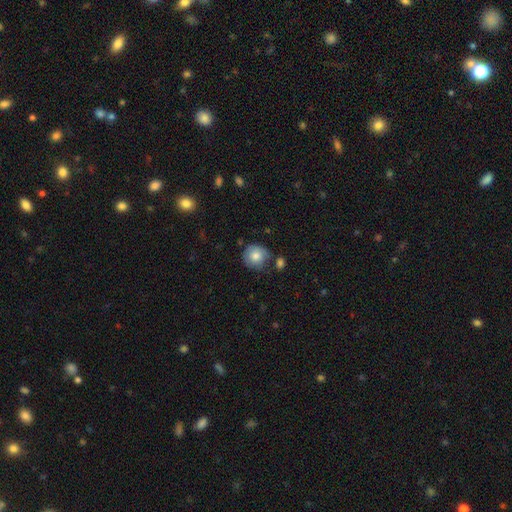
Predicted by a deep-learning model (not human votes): The model was most divided on "merging": none: 68%, minor disturbance: 20%, merger: 7%, major disturbance: 5%. More confident: how rounded — round (91%); smooth or featured — smooth (77%).